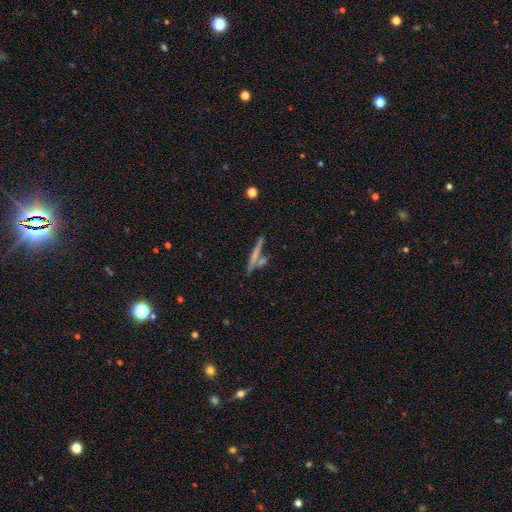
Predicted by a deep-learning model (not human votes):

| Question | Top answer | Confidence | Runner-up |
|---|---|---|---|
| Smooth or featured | smooth | 50% | featured or disk (42%) |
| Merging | none | 64% | merger (22%) |